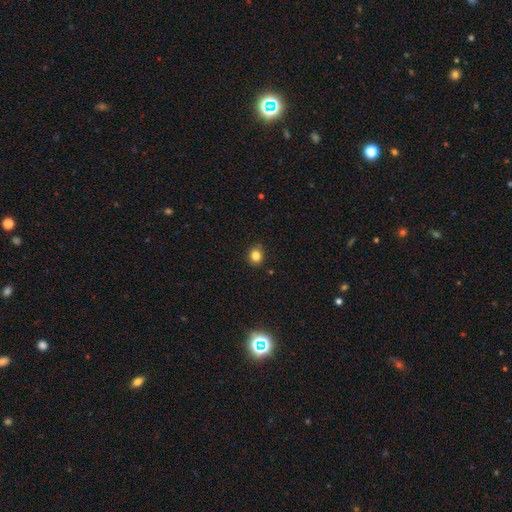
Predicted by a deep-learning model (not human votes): Smooth or featured? Predicted: smooth (p=0.83). How rounded? Predicted: round (p=0.76). Merging? Predicted: none (p=0.87).